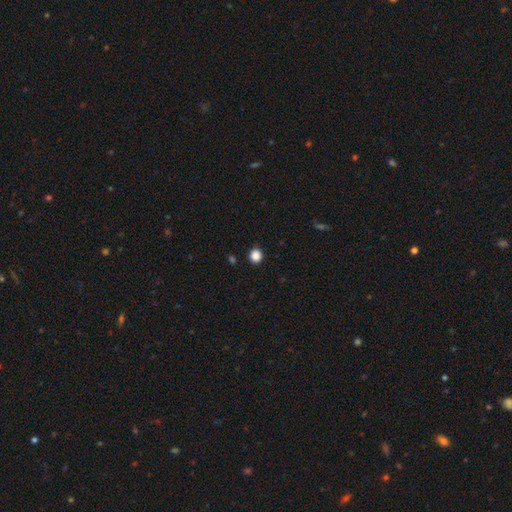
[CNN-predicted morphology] Smooth or featured? smooth (87%)
How rounded? round (88%)
Merging? none (92%)